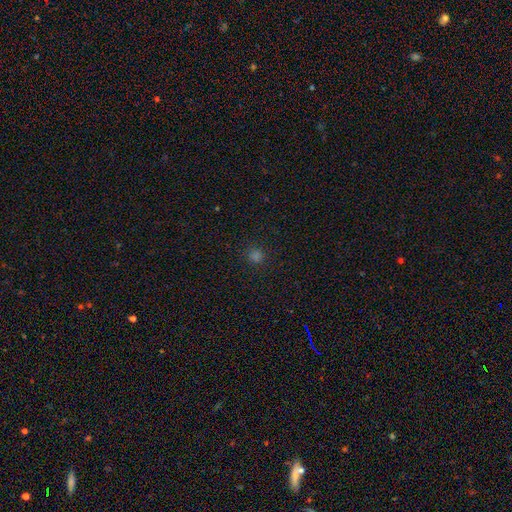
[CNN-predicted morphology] Q: Smooth or featured?
A: smooth (73%); runner-up: star or artifact (23%)
Q: How rounded?
A: round (92%); runner-up: in between (7%)
Q: Merging?
A: none (91%); runner-up: minor disturbance (6%)